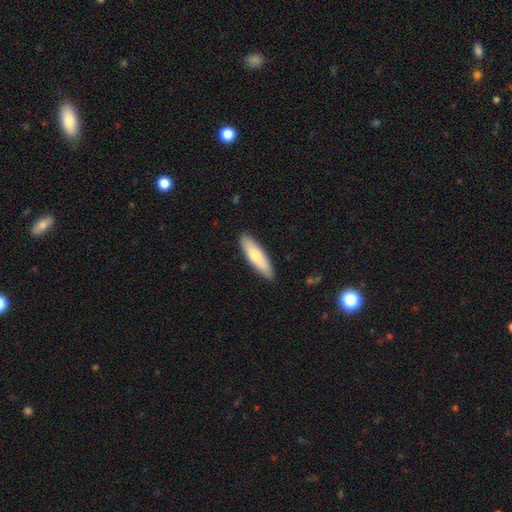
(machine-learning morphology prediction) Overall: smooth (72%). How rounded: cigar-shaped (68%; in between 30%). Merging: none (88%).